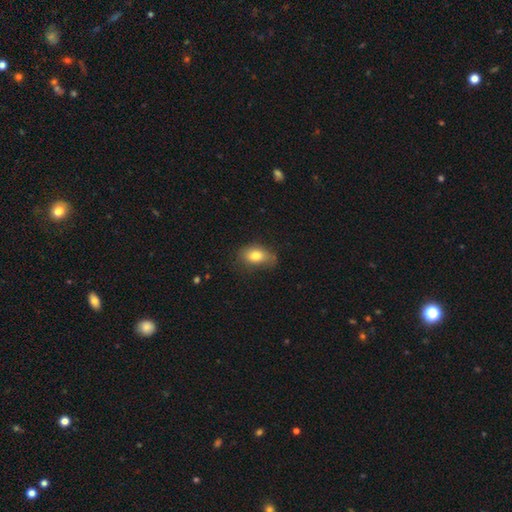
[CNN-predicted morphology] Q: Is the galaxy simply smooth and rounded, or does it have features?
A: smooth — 78%.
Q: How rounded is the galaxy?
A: in between — 83%.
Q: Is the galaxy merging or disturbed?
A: none — 65%.